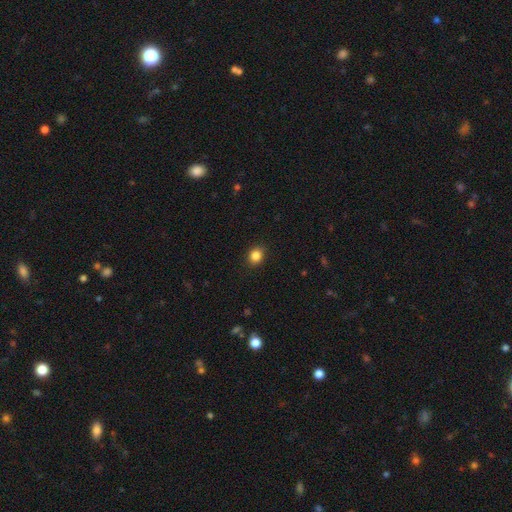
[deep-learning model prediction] smooth 86%, star or artifact 10%, featured or disk 4%. Down the decision tree: how rounded — round (65%); merging — none (89%).